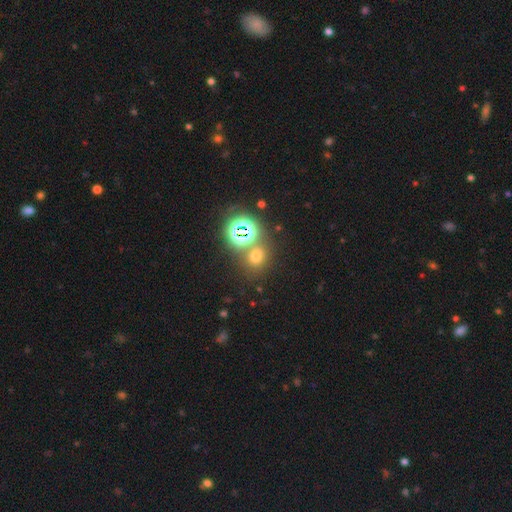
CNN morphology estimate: type=smooth (54%); roundness=round (74%); merging=none (69%).